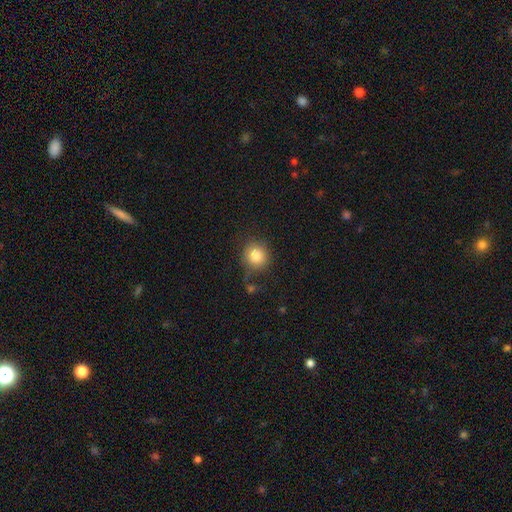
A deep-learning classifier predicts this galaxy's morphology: Smooth or featured? smooth (84%)
How rounded? round (88%)
Merging? none (72%)